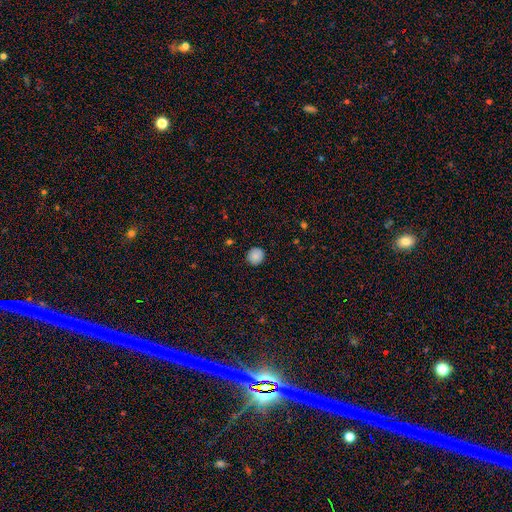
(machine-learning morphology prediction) Q: Smooth or featured?
A: smooth (87%); runner-up: star or artifact (9%)
Q: How rounded?
A: round (90%); runner-up: in between (9%)
Q: Merging?
A: none (89%); runner-up: minor disturbance (8%)